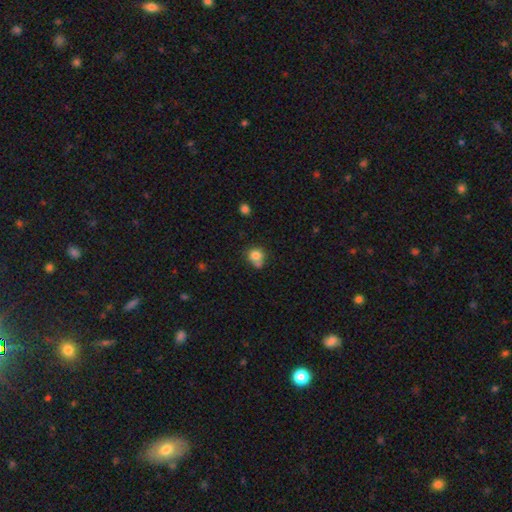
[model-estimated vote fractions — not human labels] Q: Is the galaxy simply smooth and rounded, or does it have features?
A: smooth — 80%.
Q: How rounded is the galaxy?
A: round — 78%.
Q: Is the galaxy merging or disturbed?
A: none — 49%.